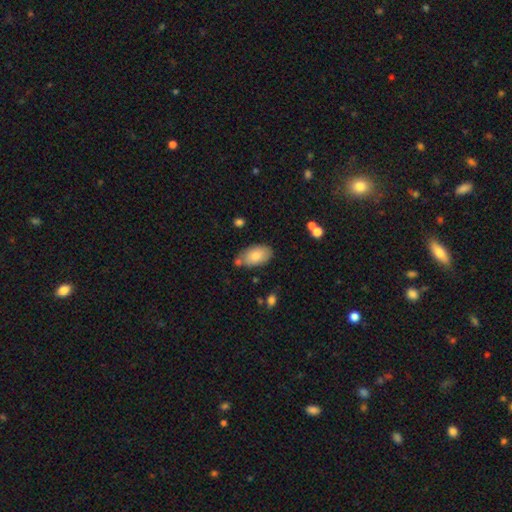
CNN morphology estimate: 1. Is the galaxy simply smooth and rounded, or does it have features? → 81% smooth, 13% featured or disk, 6% star or artifact.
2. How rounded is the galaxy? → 94% in between, 4% round, 2% cigar-shaped.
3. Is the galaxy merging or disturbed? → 70% none, 18% minor disturbance, 8% merger, 4% major disturbance.